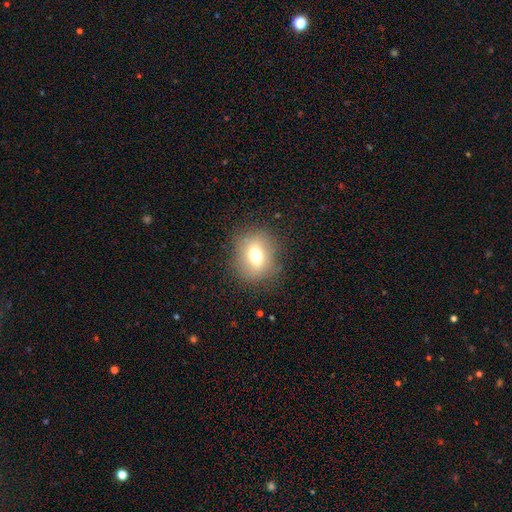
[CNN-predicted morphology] smooth 67%, featured or disk 21%, star or artifact 12%. Down the decision tree: how rounded — round (61%); merging — none (81%).